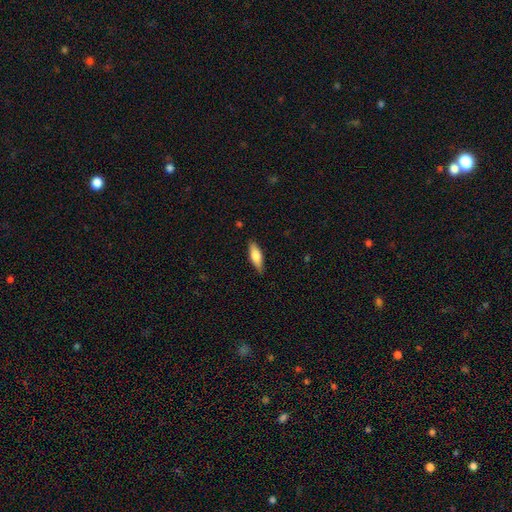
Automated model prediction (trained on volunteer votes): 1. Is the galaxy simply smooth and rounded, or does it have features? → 68% smooth, 26% featured or disk, 6% star or artifact.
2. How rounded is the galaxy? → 57% in between, 40% cigar-shaped, 2% round.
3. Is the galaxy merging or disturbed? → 84% none, 12% minor disturbance, 2% major disturbance, 1% merger.